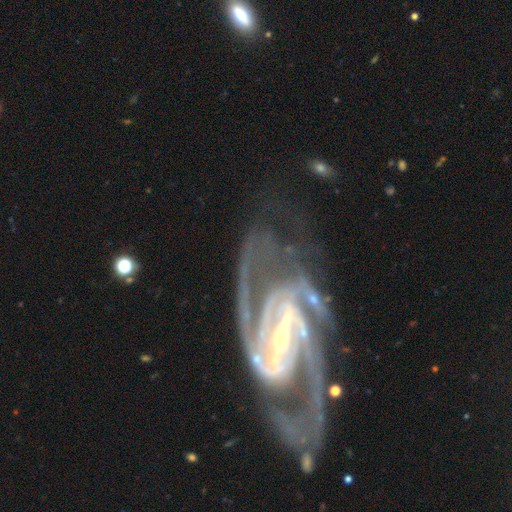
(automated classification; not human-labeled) Smooth or featured?
  - featured or disk: 93% *
  - star or artifact: 5%
  - smooth: 3%
Edge-on disk?
  - no: 97% *
  - yes: 3%
Bar?
  - strong: 72% *
  - weak: 21%
  - no: 7%
Spiral arms?
  - yes: 98% *
  - no: 2%
Spiral winding?
  - medium: 48% *
  - tight: 41%
  - loose: 11%
Spiral arm count?
  - 2: 70% *
  - 3: 11%
  - can't tell: 6%
  - 4: 5%
  - 1: 4%
  - more than 4: 4%
Bulge size?
  - small: 75% *
  - moderate: 16%
  - none: 6%
  - large: 2%
  - dominant: 1%
Merging?
  - none: 54% *
  - major disturbance: 20%
  - minor disturbance: 19%
  - merger: 7%